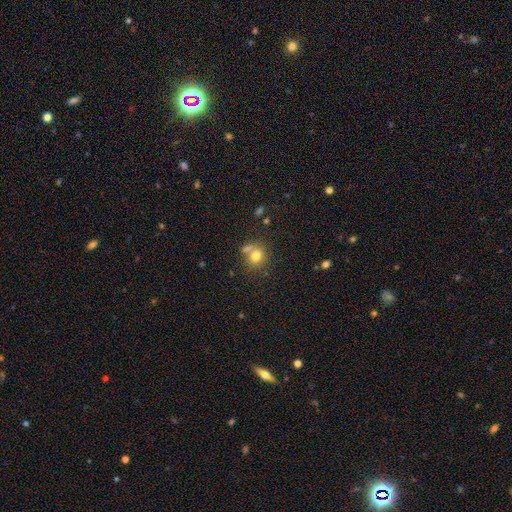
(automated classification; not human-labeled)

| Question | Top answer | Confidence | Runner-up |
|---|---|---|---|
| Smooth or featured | smooth | 76% | star or artifact (12%) |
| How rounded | round | 76% | in between (23%) |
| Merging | none | 57% | merger (23%) |